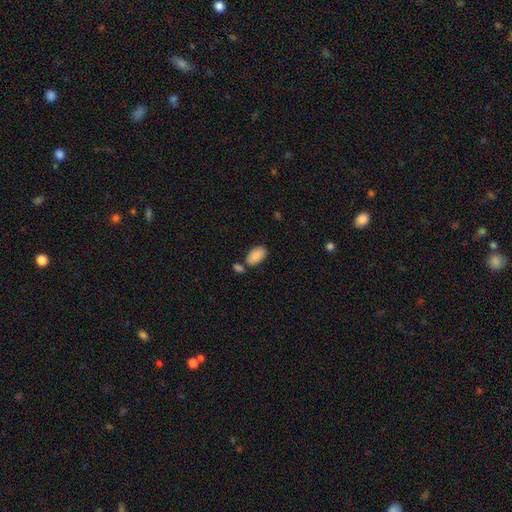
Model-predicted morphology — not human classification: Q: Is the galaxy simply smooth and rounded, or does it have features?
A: smooth — 88%.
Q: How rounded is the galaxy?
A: in between — 95%.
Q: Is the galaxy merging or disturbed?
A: none — 69%.